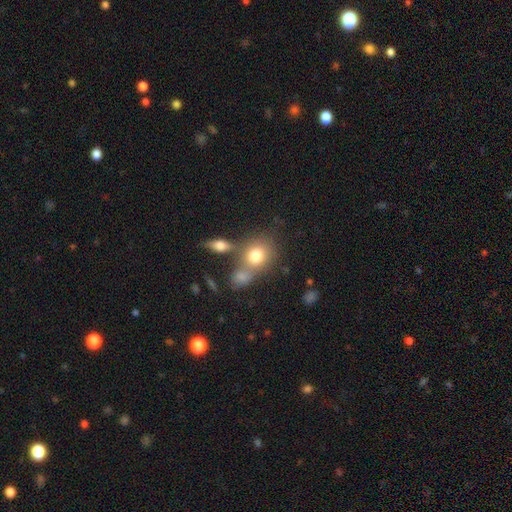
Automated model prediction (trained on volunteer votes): smooth-or-featured: smooth: 76% | featured or disk: 14% | star or artifact: 10%
  how-rounded: round: 64% | in between: 34% | cigar-shaped: 2%
  merging: none: 44% | merger: 40% | minor disturbance: 11% | major disturbance: 6%